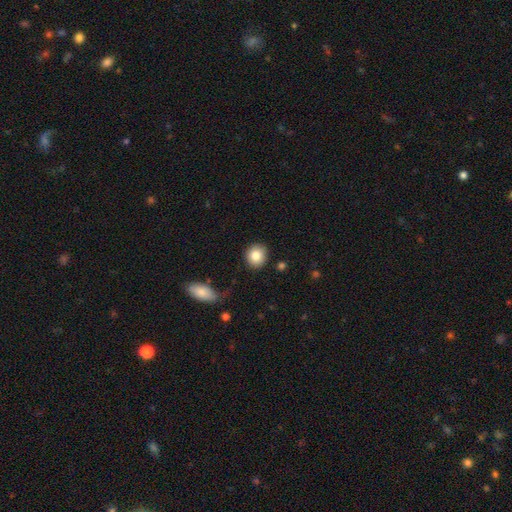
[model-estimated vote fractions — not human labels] Overall: smooth (84%). How rounded: round (81%). Merging: none (87%).